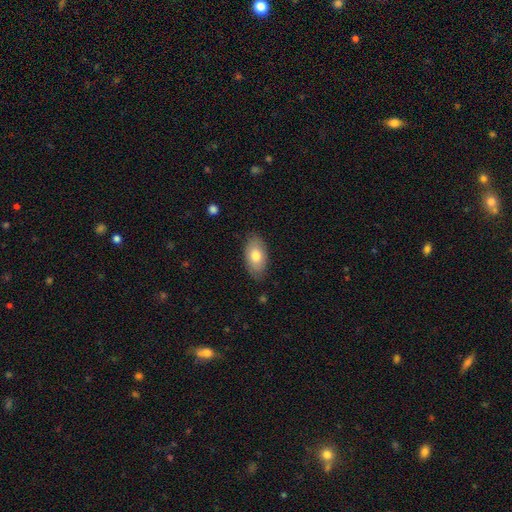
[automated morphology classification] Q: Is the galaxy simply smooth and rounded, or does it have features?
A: smooth — 75%.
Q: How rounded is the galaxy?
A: in between — 93%.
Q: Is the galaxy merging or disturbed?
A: none — 81%.